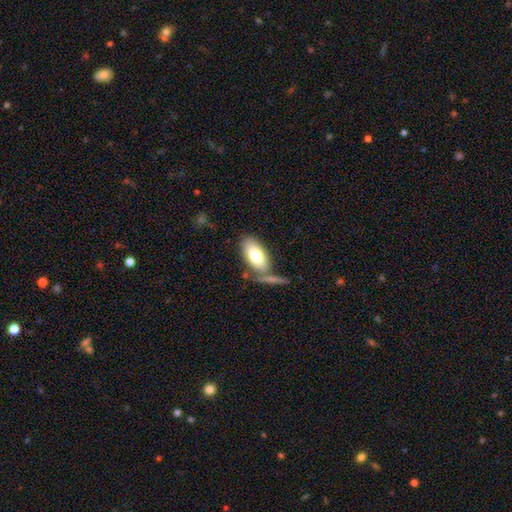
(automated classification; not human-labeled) The model was most divided on "merging": none: 62%, minor disturbance: 16%, merger: 15%, major disturbance: 7%. More confident: how rounded — in between (92%); smooth or featured — smooth (75%).